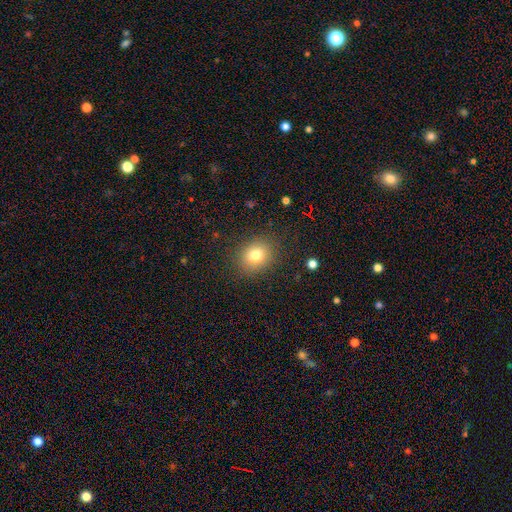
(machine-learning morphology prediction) Smooth or featured? Predicted: smooth (p=0.77). How rounded? Predicted: round (p=0.66). Merging? Predicted: none (p=0.86).